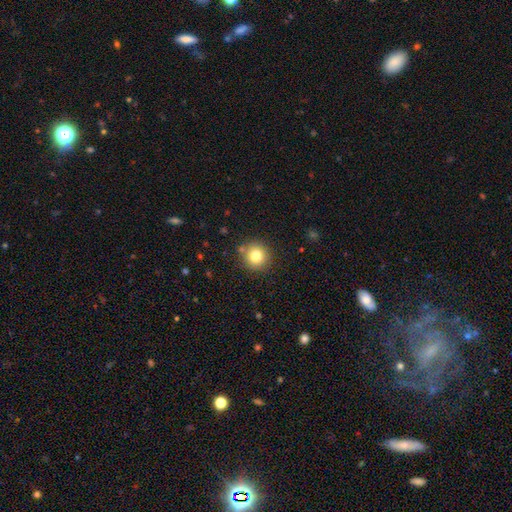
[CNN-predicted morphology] A smooth galaxy with no disk features (79%) that is round (94%). Merging: none (86%).